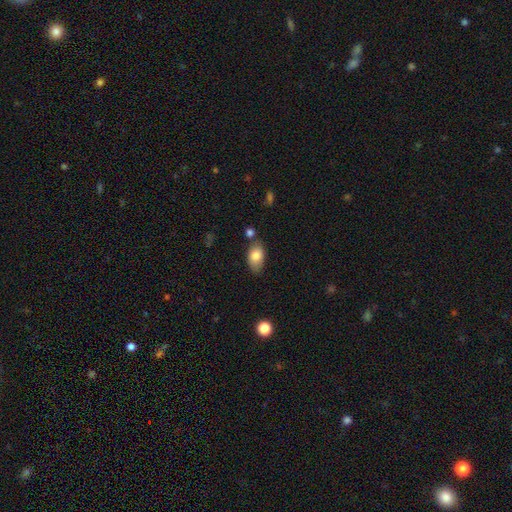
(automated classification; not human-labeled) The model was most divided on "merging": none: 67%, minor disturbance: 21%, merger: 7%, major disturbance: 5%. More confident: how rounded — in between (91%); smooth or featured — smooth (83%).